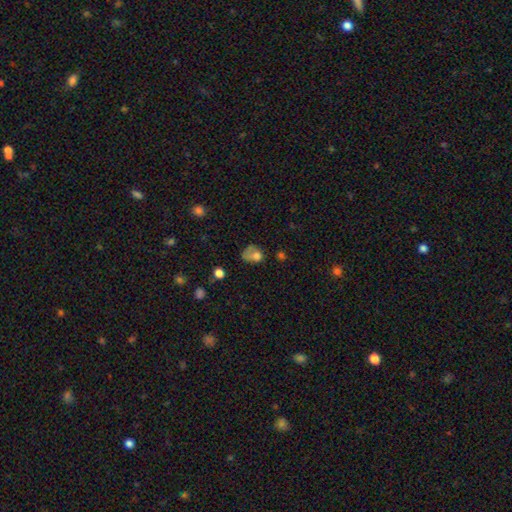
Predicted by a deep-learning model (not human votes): This is likely a smooth galaxy (69%). How rounded: possibly in between (52%). Merging: marginally major disturbance (35%).